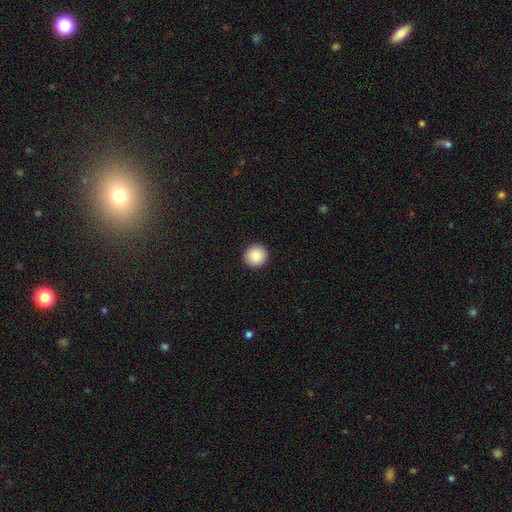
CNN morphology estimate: The model was most divided on "smooth or featured": smooth: 89%, star or artifact: 8%, featured or disk: 3%. More confident: how rounded — round (95%); merging — none (93%).